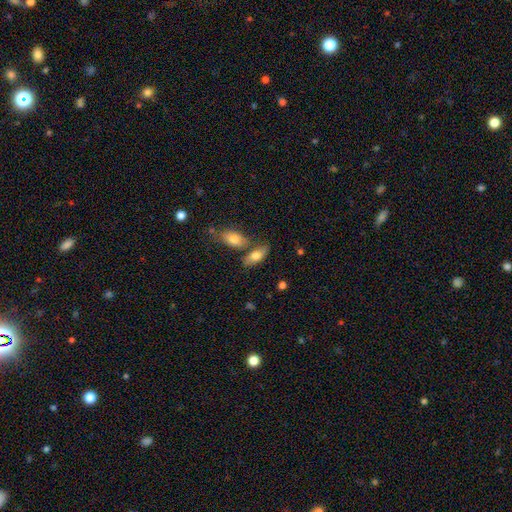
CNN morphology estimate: Smooth or featured? smooth (76%)
How rounded? in between (84%)
Merging? none (59%)